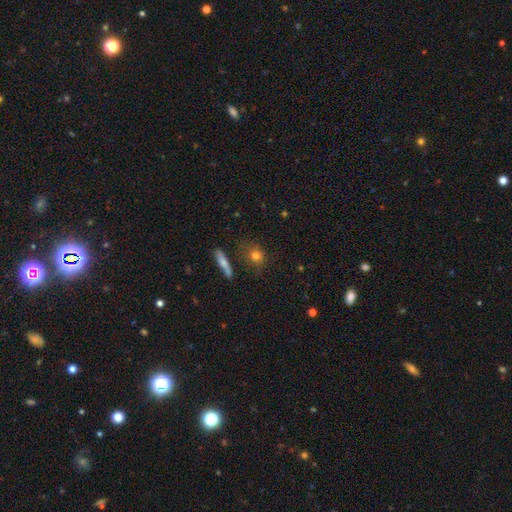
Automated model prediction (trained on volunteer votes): The model was most divided on "how rounded": round: 65%, in between: 28%, cigar-shaped: 7%. More confident: smooth or featured — smooth (76%); merging — none (74%).